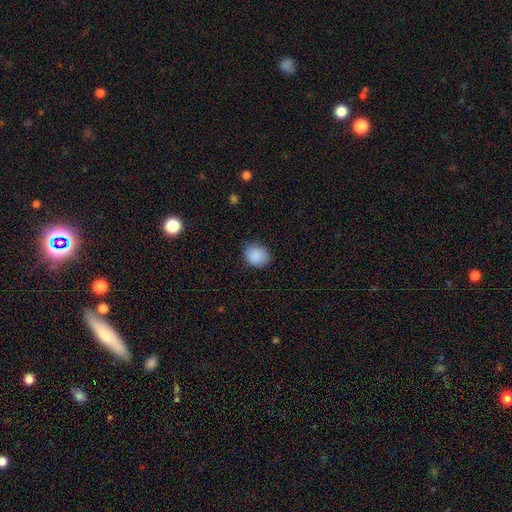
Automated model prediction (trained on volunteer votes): Smooth or featured? smooth (89%)
How rounded? round (62%)
Merging? none (81%)